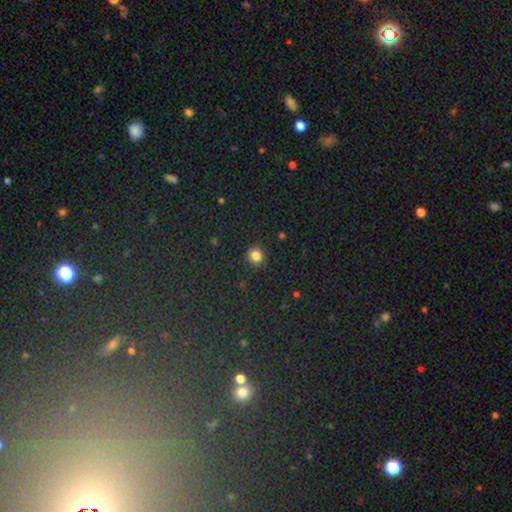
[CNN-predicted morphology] type=smooth (83%); roundness=round (89%); merging=none (90%).